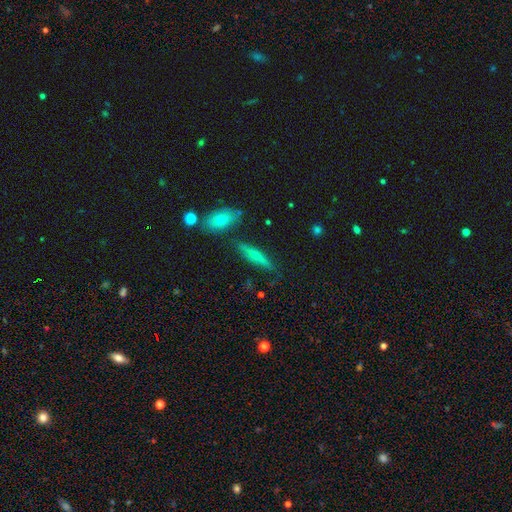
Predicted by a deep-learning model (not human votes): Q: Smooth or featured?
A: smooth (57%); runner-up: featured or disk (34%)
Q: How rounded?
A: cigar-shaped (80%); runner-up: in between (17%)
Q: Merging?
A: none (80%); runner-up: minor disturbance (12%)